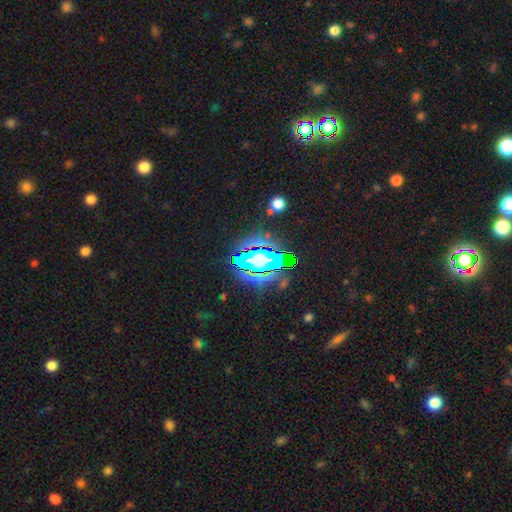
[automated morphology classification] Smooth or featured?
  - star or artifact: 58% *
  - smooth: 23%
  - featured or disk: 19%